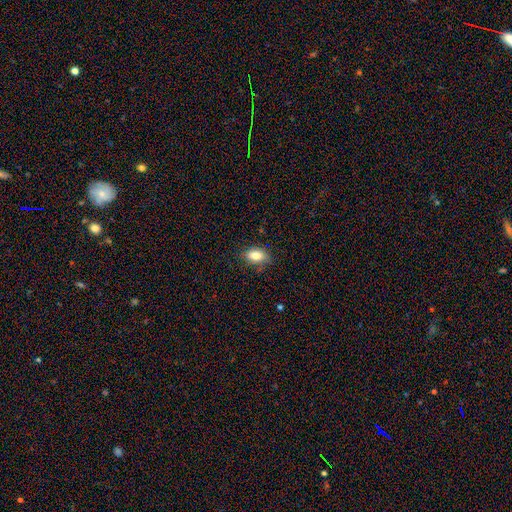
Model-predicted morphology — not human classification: Overall: smooth (79%). How rounded: in between (86%). Merging: none (76%).